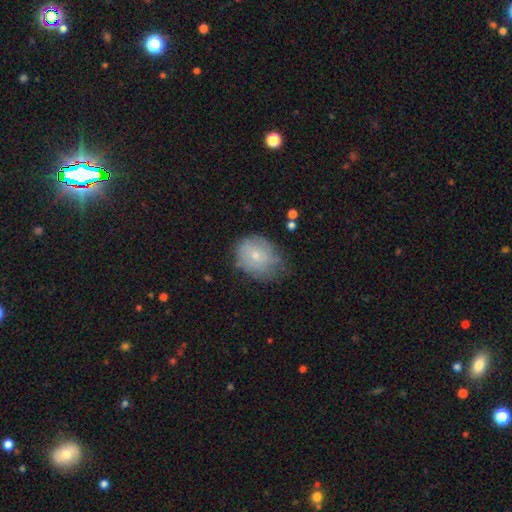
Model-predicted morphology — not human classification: Overall: smooth (61%; featured or disk 31%). How rounded: in between (53%; round 46%). Merging: none (48%; minor disturbance 36%).